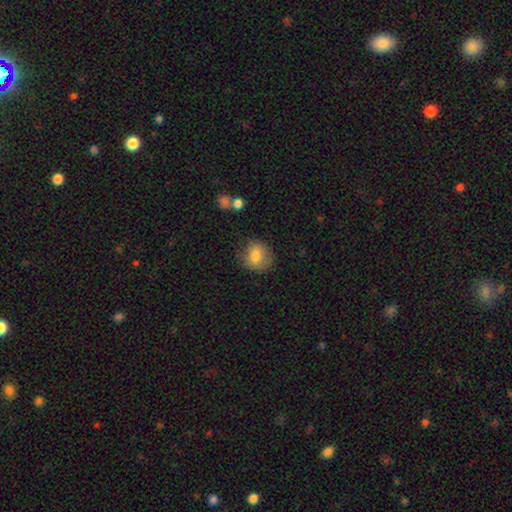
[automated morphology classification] The model was most divided on "how rounded": round: 71%, in between: 28%, cigar-shaped: 1%. More confident: smooth or featured — smooth (78%); merging — none (76%).